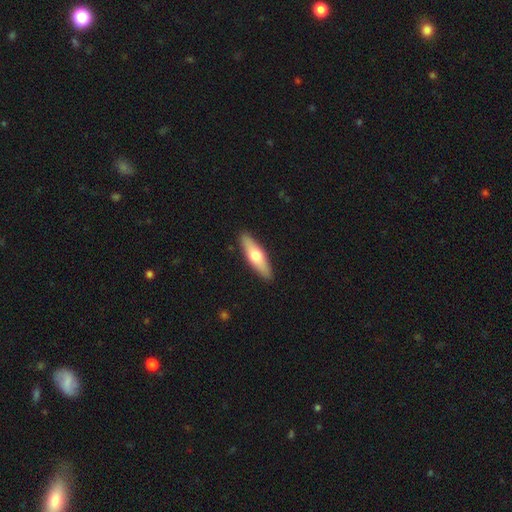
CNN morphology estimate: smooth_or_featured: smooth (p=0.56) [alt: featured or disk p=0.39]
how_rounded: cigar-shaped (p=0.62) [alt: in between p=0.36]
merging: none (p=0.91) [alt: minor disturbance p=0.07]